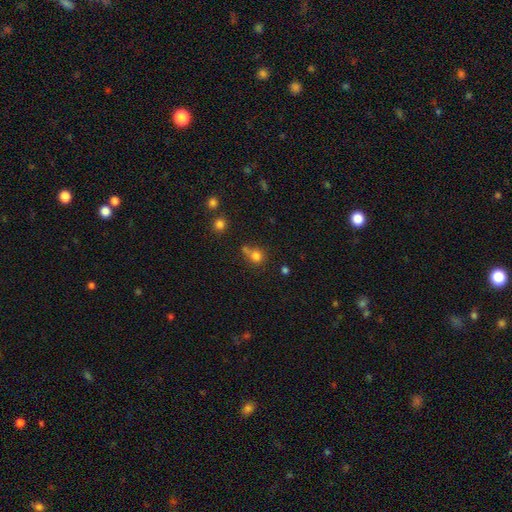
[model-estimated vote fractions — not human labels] smooth 77%, star or artifact 14%, featured or disk 8%. Down the decision tree: how rounded — round (79%); merging — none (49%).